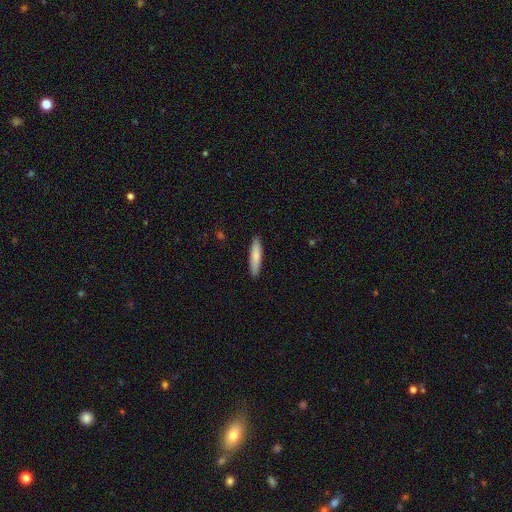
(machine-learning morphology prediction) This appears to be a smooth galaxy with no disk features (81%) that is cigar-shaped (83%). Merging: none (90%).